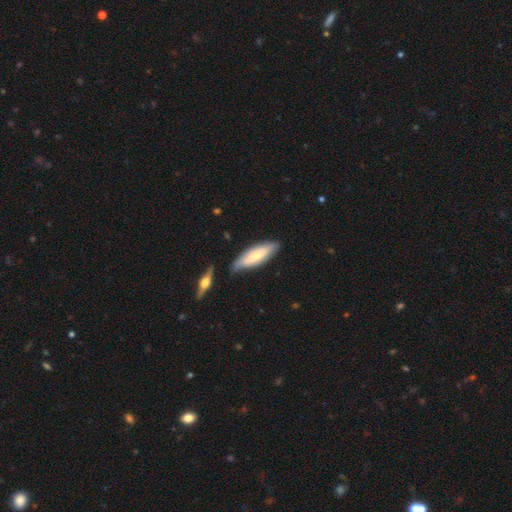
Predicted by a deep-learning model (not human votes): A smooth galaxy with no disk features (60%) that is cigar-shaped (50%).

Vote fractions:
- Smooth or featured? smooth: 60% / featured or disk: 35% / star or artifact: 6%
- How rounded? cigar-shaped: 50% / in between: 48% / round: 2%
- Merging? none: 71% / minor disturbance: 20% / merger: 5% / major disturbance: 4%